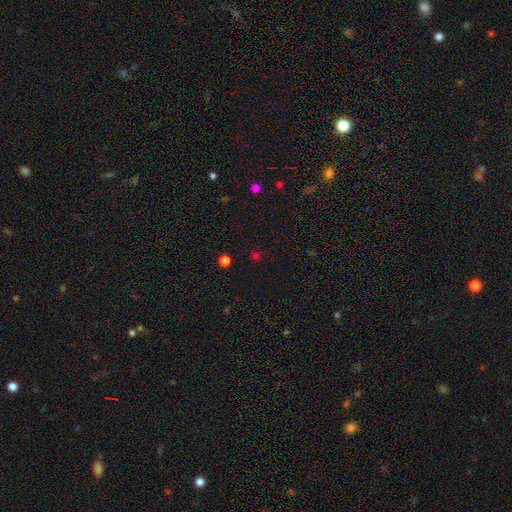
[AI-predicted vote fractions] Q: Smooth or featured?
A: smooth (53%); runner-up: star or artifact (42%)
Q: How rounded?
A: round (88%); runner-up: in between (11%)
Q: Merging?
A: none (85%); runner-up: minor disturbance (8%)